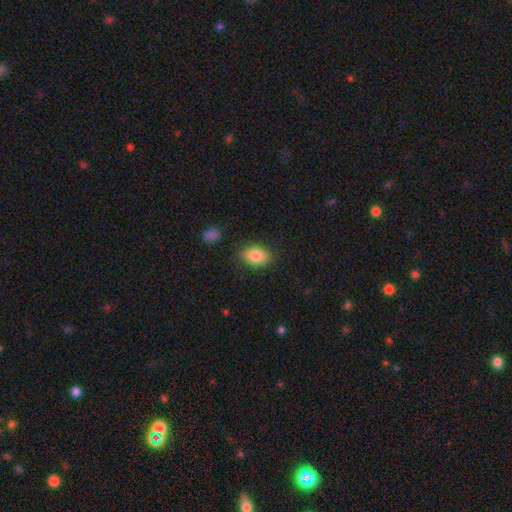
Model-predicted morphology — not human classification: A smooth galaxy with no disk features (85%) that is in between round and cigar-shaped (78%). Merging: none (82%).